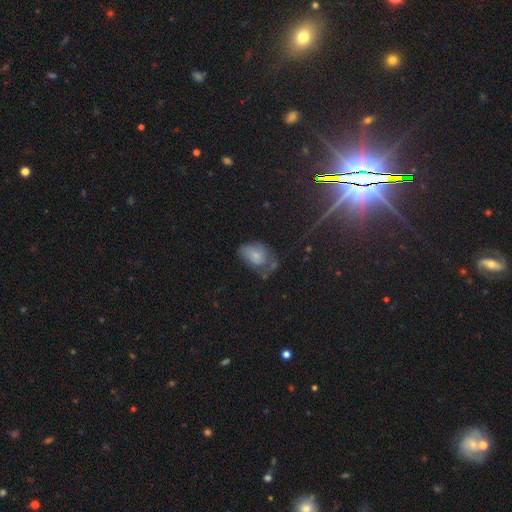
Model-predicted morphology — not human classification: Smooth or featured? smooth (59%)
How rounded? in between (83%)
Merging? minor disturbance (34%)